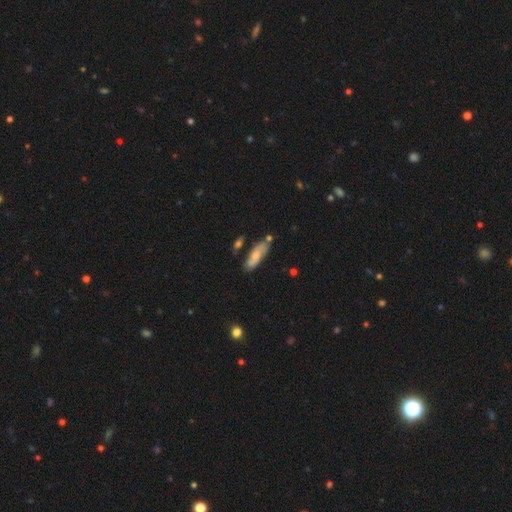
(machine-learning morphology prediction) A smooth galaxy with no disk features (55%) that is in between round and cigar-shaped (59%). Merging: none (63%).